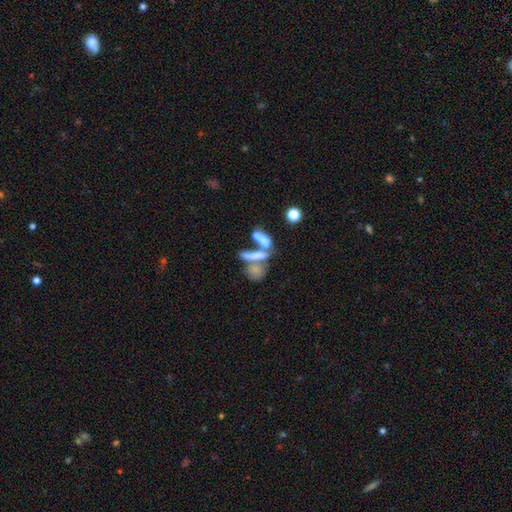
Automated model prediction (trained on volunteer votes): smooth-or-featured: smooth: 54% | featured or disk: 33% | star or artifact: 13%
  how-rounded: in between: 55% | cigar-shaped: 32% | round: 13%
  merging: merger: 59% | none: 21% | major disturbance: 11% | minor disturbance: 8%